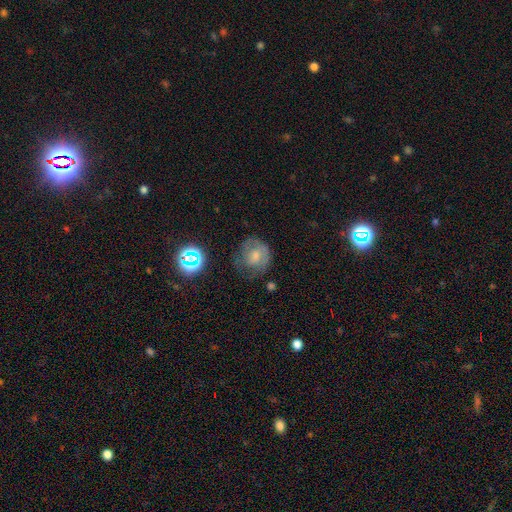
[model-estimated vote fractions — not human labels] A smooth galaxy with no disk features (54%) that is round (77%).

Vote fractions:
- Smooth or featured? smooth: 54% / featured or disk: 34% / star or artifact: 12%
- How rounded? round: 77% / in between: 22% / cigar-shaped: 1%
- Merging? none: 53% / minor disturbance: 28% / major disturbance: 17% / merger: 2%